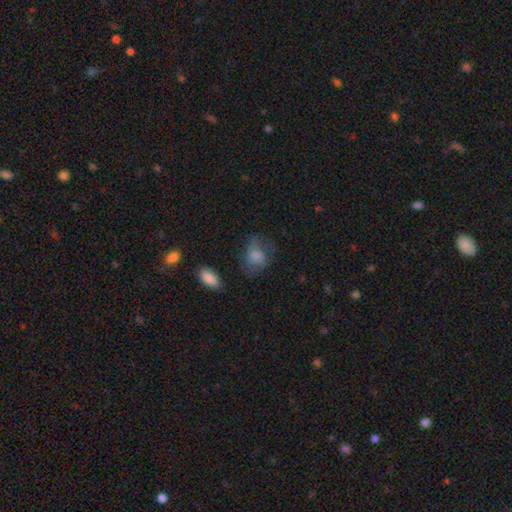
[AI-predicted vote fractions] A smooth galaxy with no disk features (64%) that is in between round and cigar-shaped (59%). Merging: none (49%).